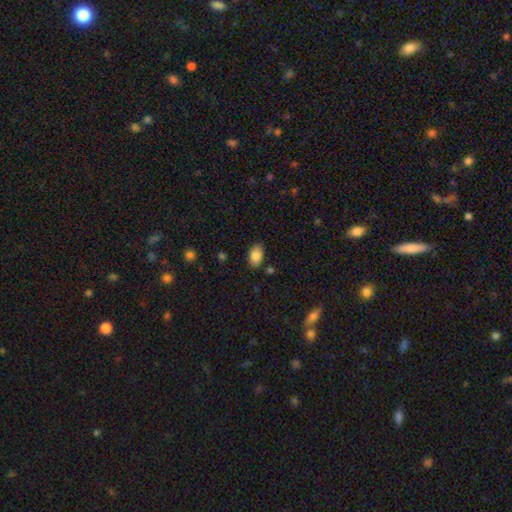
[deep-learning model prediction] A smooth galaxy with no disk features (83%) that is in between round and cigar-shaped (91%).

Vote fractions:
- Smooth or featured? smooth: 83% / featured or disk: 10% / star or artifact: 7%
- How rounded? in between: 91% / round: 8% / cigar-shaped: 1%
- Merging? none: 83% / minor disturbance: 13% / major disturbance: 2% / merger: 2%